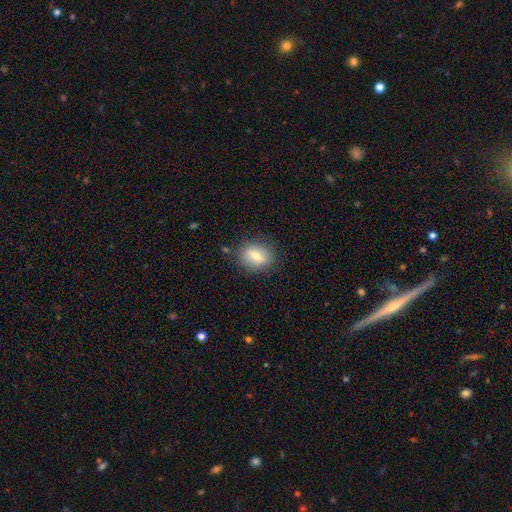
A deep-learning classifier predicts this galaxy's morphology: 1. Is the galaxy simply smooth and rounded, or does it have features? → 61% smooth, 29% featured or disk, 9% star or artifact.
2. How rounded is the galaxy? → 54% round, 44% in between, 2% cigar-shaped.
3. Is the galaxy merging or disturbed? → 84% none, 11% minor disturbance, 3% major disturbance, 2% merger.